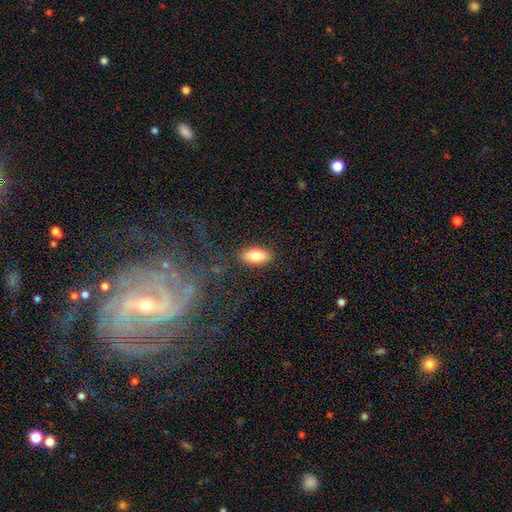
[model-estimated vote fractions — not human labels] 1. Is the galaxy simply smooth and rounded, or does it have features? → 80% smooth, 13% featured or disk, 7% star or artifact.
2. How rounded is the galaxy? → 90% in between, 6% cigar-shaped, 4% round.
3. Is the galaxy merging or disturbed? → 86% none, 9% minor disturbance, 3% major disturbance, 2% merger.